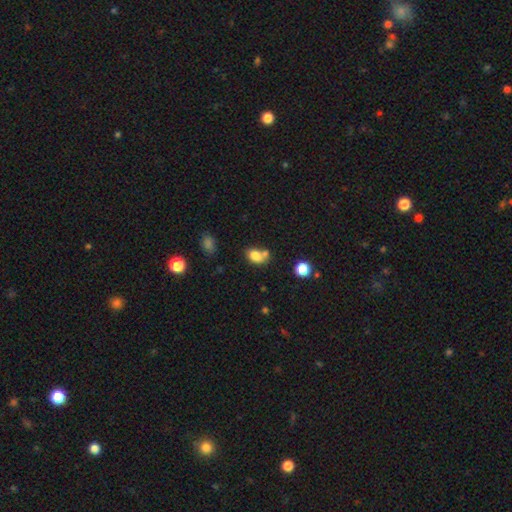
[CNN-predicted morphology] smooth 79%, star or artifact 11%, featured or disk 10%. Down the decision tree: how rounded — in between (73%); merging — none (41%).